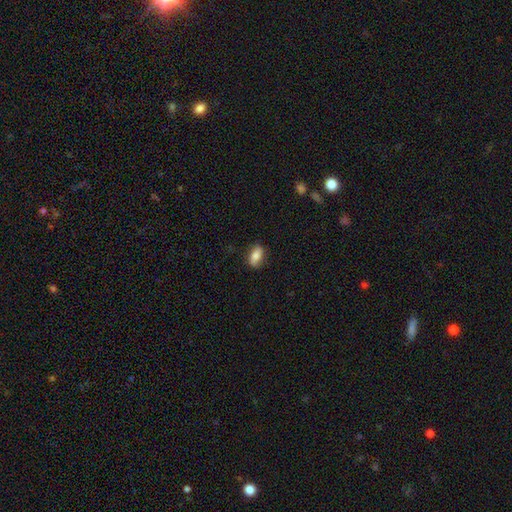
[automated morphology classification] This appears to be a smooth galaxy with no disk features (77%) that is in between round and cigar-shaped (85%). Merging: none (80%).